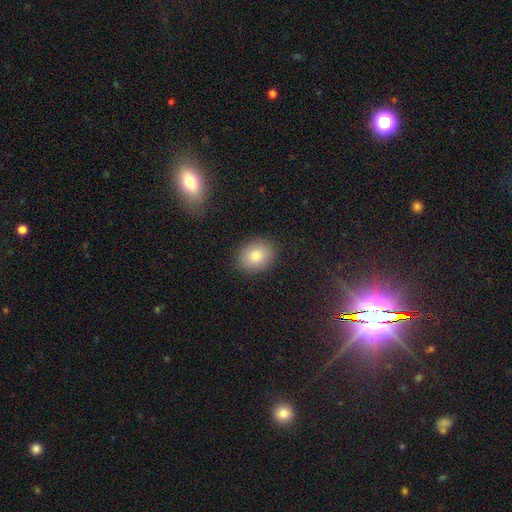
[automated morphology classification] type=smooth (85%); roundness=in between (53%); merging=none (88%).